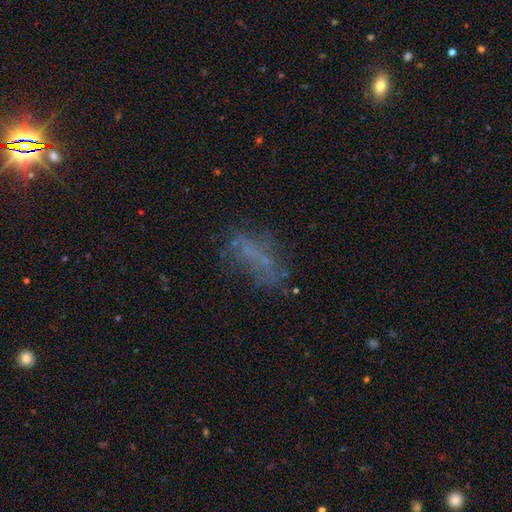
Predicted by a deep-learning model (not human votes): Smooth or featured: smooth — 39% (featured or disk — 37%)
Merging: none — 53% (major disturbance — 23%)